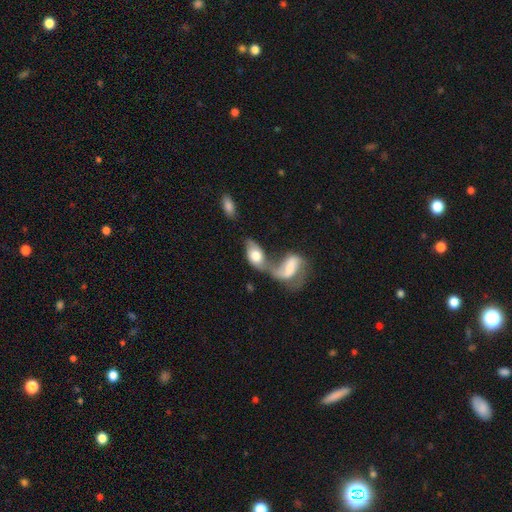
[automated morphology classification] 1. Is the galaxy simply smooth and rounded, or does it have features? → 54% smooth, 40% featured or disk, 7% star or artifact.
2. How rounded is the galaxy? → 88% in between, 8% round, 4% cigar-shaped.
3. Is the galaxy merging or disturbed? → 75% merger, 11% none, 8% major disturbance, 6% minor disturbance.